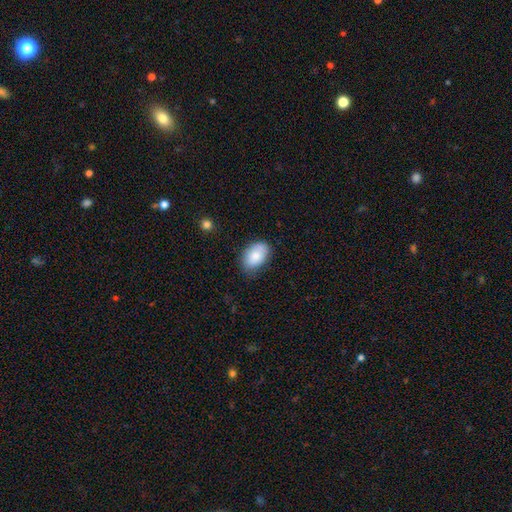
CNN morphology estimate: Smooth or featured? Predicted: smooth (p=0.81). How rounded? Predicted: in between (p=0.89). Merging? Predicted: none (p=0.71).